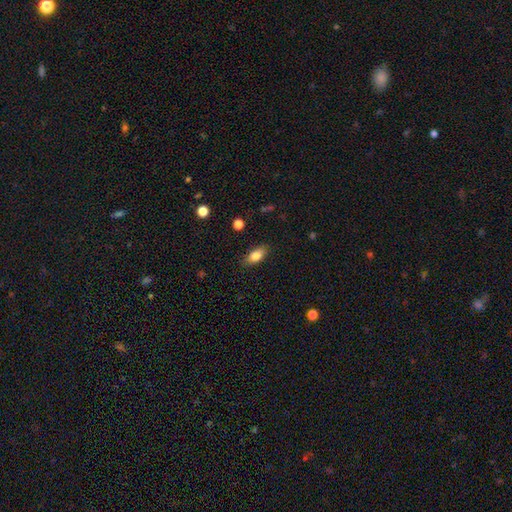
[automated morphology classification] smooth-or-featured: smooth: 83% | featured or disk: 9% | star or artifact: 8%
  how-rounded: in between: 85% | cigar-shaped: 10% | round: 5%
  merging: none: 84% | minor disturbance: 12% | major disturbance: 3% | merger: 1%